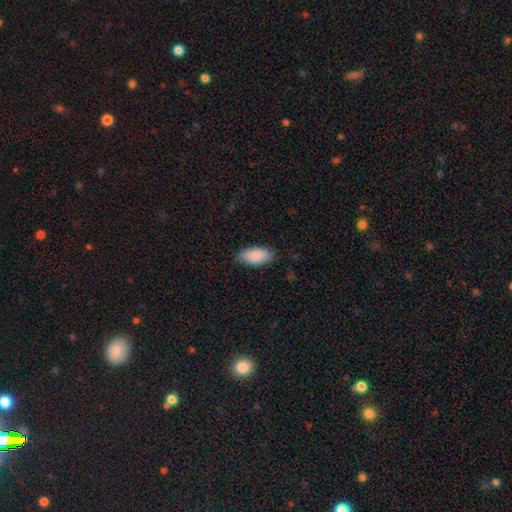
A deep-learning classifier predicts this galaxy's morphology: smooth_or_featured: smooth (p=0.90) [alt: star or artifact p=0.06]
how_rounded: in between (p=0.92) [alt: cigar-shaped p=0.07]
merging: none (p=0.82) [alt: minor disturbance p=0.14]